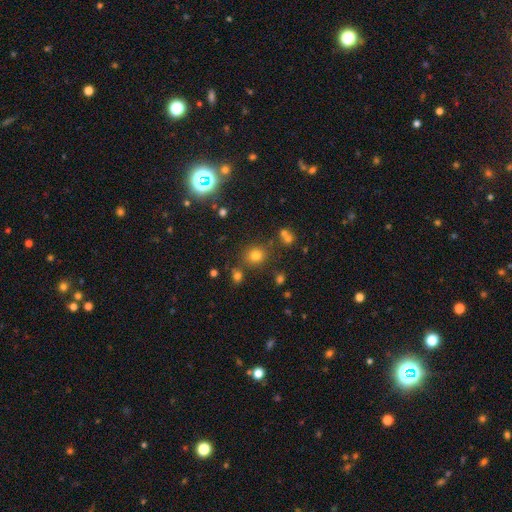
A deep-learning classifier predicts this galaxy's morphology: This is likely a smooth galaxy (73%). How rounded: clearly round (83%). Merging: likely none (79%).